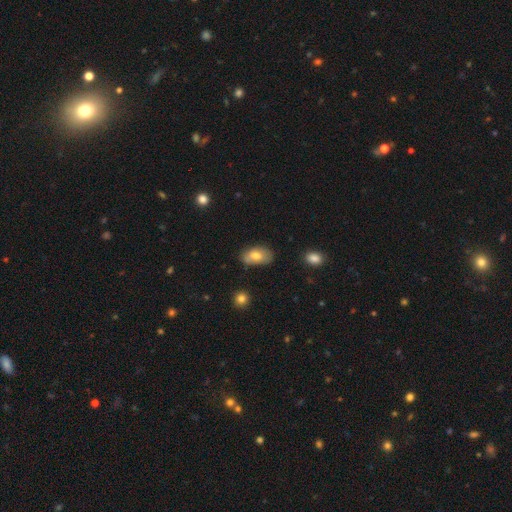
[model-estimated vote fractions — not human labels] smooth-or-featured: smooth: 75% | featured or disk: 17% | star or artifact: 8%
  how-rounded: in between: 92% | round: 6% | cigar-shaped: 2%
  merging: none: 63% | minor disturbance: 28% | major disturbance: 6% | merger: 3%